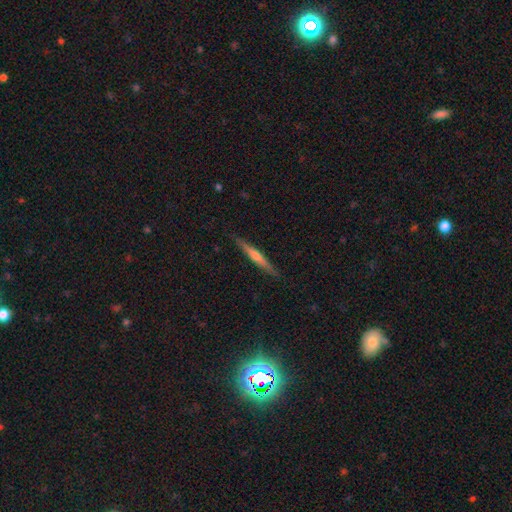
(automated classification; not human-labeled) A featured or disk galaxy (61%) viewed edge-on (97%) with a rounded central bulge (58%).

Vote fractions:
- Smooth or featured? featured or disk: 61% / smooth: 32% / star or artifact: 7%
- Edge-on disk? yes: 97% / no: 3%
- Edge-on bulge? rounded: 58% / none: 33% / boxy: 9%
- Merging? none: 89% / minor disturbance: 8% / major disturbance: 1% / merger: 1%